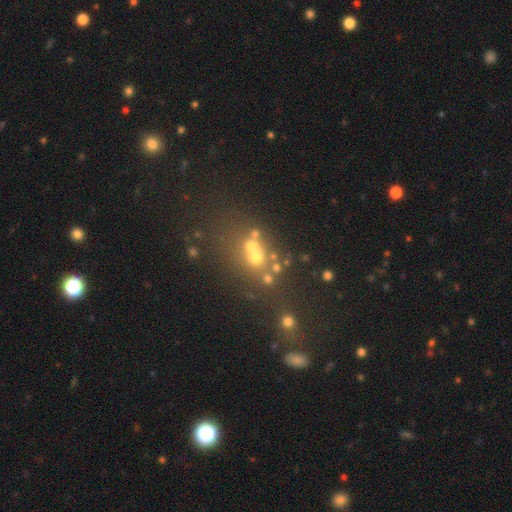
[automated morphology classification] A smooth galaxy with no disk features (47%).

Vote fractions:
- Smooth or featured? smooth: 47% / star or artifact: 30% / featured or disk: 23%
- Merging? none: 44% / merger: 37% / minor disturbance: 11% / major disturbance: 8%